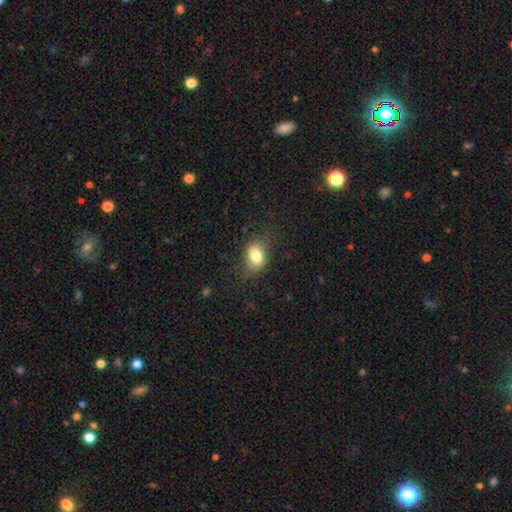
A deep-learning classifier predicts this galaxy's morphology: smooth-or-featured: smooth: 79% | featured or disk: 12% | star or artifact: 9%
  how-rounded: in between: 76% | round: 23% | cigar-shaped: 2%
  merging: none: 68% | minor disturbance: 21% | major disturbance: 10% | merger: 1%